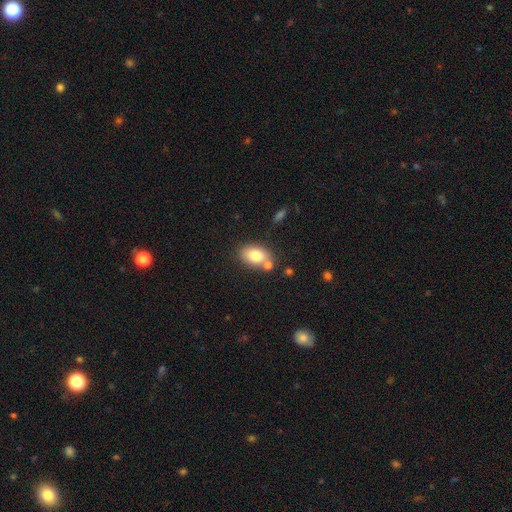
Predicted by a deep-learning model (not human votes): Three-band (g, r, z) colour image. It shows a smooth galaxy with no disk features (78%) that is in between round and cigar-shaped (81%). Merging: none (65%).